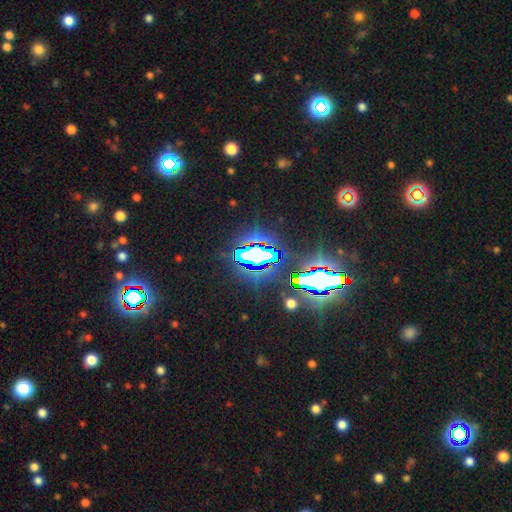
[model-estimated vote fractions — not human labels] Morphology: type=star or artifact (73%).